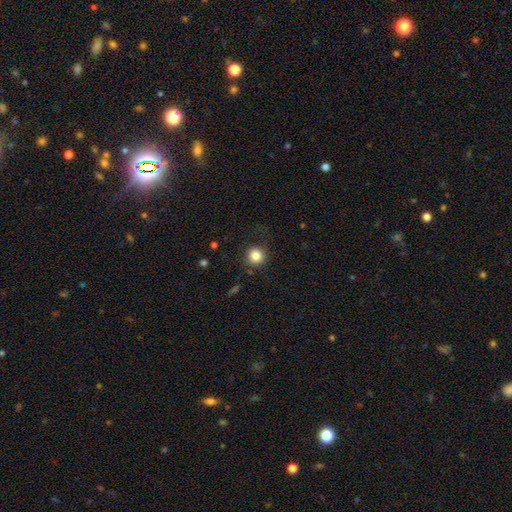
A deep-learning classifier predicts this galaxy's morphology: smooth-or-featured: smooth: 84% | star or artifact: 11% | featured or disk: 5%
  how-rounded: round: 92% | in between: 7% | cigar-shaped: 1%
  merging: none: 83% | minor disturbance: 11% | major disturbance: 4% | merger: 2%